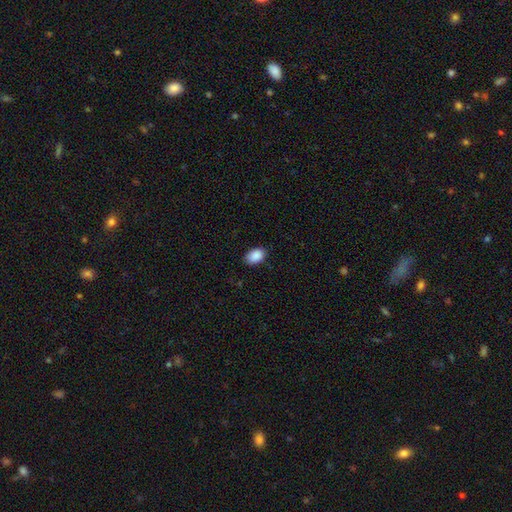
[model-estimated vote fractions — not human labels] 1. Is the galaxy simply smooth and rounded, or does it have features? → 90% smooth, 7% star or artifact, 3% featured or disk.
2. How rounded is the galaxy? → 89% in between, 10% round, 1% cigar-shaped.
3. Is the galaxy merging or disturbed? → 85% none, 12% minor disturbance, 2% major disturbance, 1% merger.